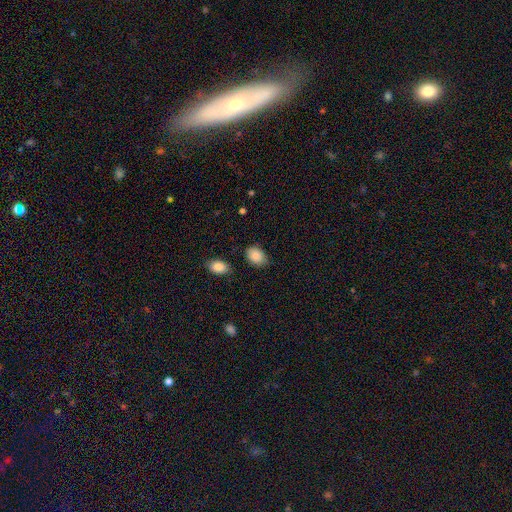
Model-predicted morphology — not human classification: Overall: smooth (88%). How rounded: in between (76%). Merging: none (77%).